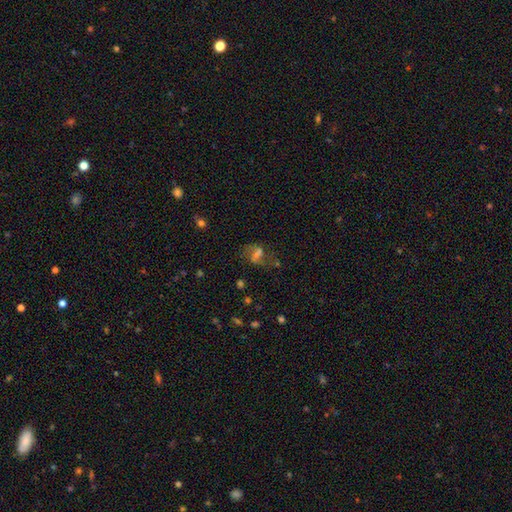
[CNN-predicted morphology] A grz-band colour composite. It shows a featured or disk galaxy (51%). Merging: none (61%).